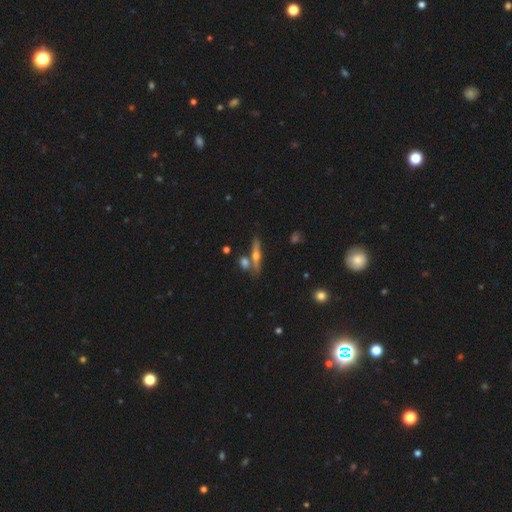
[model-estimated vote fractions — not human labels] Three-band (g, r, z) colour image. It shows a featured or disk galaxy (64%) viewed edge-on (94%) with a rounded central bulge (90%). Merging: none (69%).